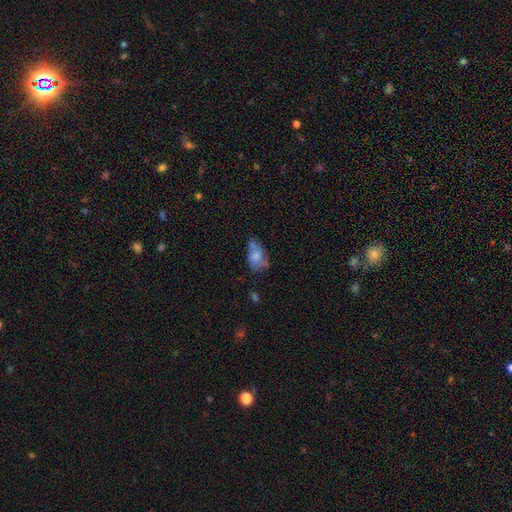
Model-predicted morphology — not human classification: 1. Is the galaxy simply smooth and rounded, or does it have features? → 60% smooth, 30% featured or disk, 10% star or artifact.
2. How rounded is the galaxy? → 85% in between, 13% round, 2% cigar-shaped.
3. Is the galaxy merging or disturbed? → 32% none, 27% minor disturbance, 21% merger, 20% major disturbance.